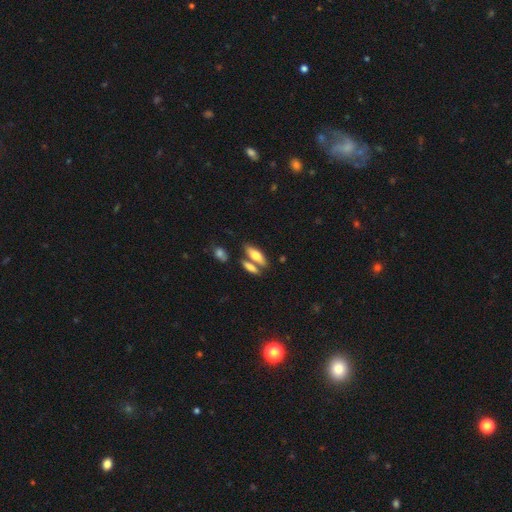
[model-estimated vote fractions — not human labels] smooth_or_featured: smooth (p=0.67) [alt: featured or disk p=0.26]
how_rounded: in between (p=0.61) [alt: cigar-shaped p=0.36]
merging: none (p=0.56) [alt: merger p=0.29]